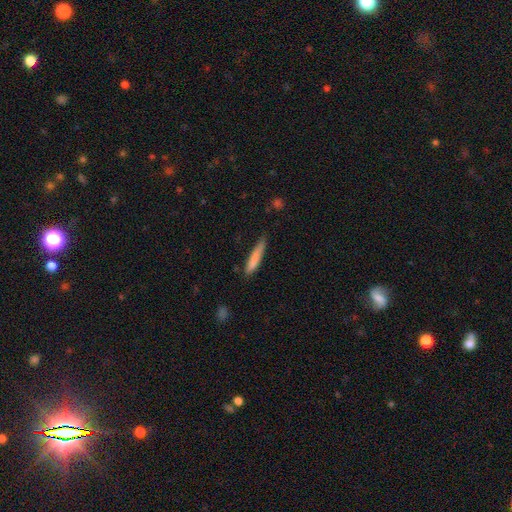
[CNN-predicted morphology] type=smooth (79%); roundness=cigar-shaped (93%); merging=none (74%).